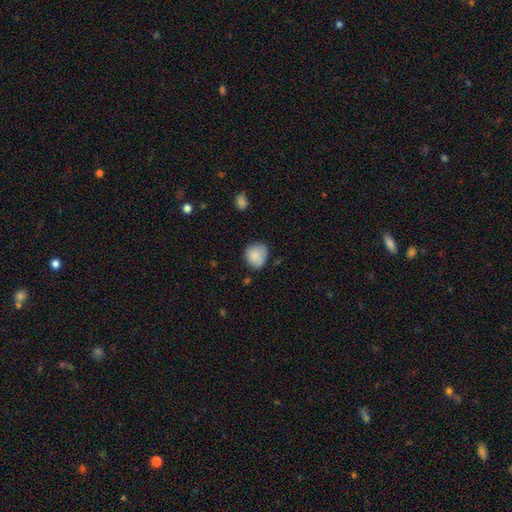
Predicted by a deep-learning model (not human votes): Smooth or featured? smooth (83%)
How rounded? round (71%)
Merging? none (61%)